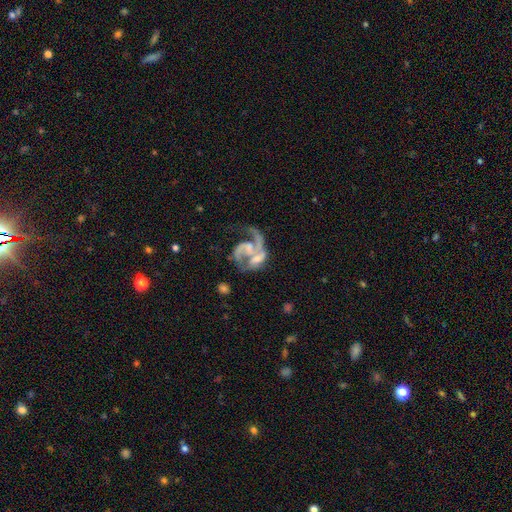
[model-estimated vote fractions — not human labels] This is clearly a featured or disk galaxy (83%). It is clearly not viewed edge-on (98%). Bar: possibly no (56%). Spiral arm pattern: clearly yes (89%). Spiral arm count: likely 2 (60%). Spiral winding: possibly medium (46%). Central bulge: marginally small (34%). Merging: marginally merger (39%).